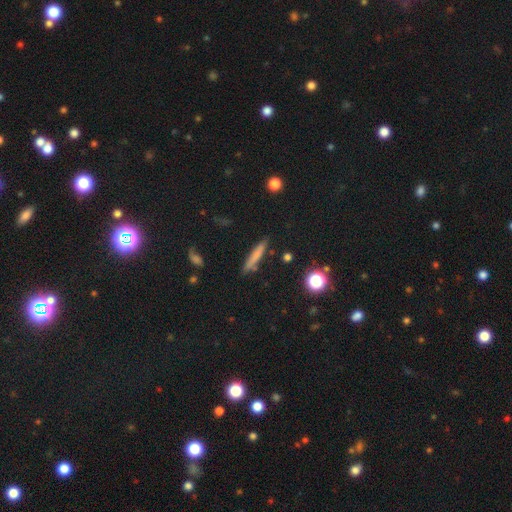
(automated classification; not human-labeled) smooth 68%, featured or disk 23%, star or artifact 9%. Down the decision tree: how rounded — cigar-shaped (91%); merging — none (81%).